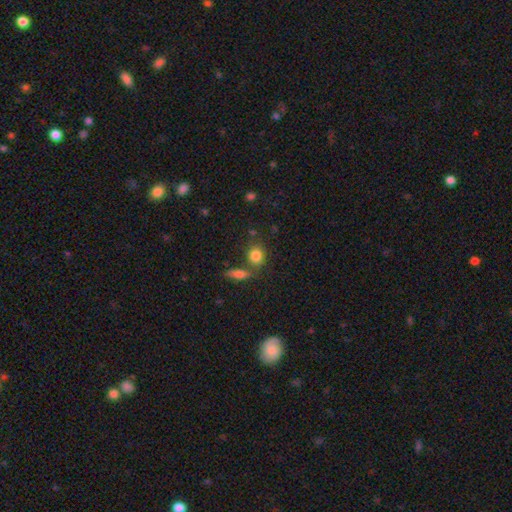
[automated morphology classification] Smooth or featured? Predicted: smooth (p=0.83). How rounded? Predicted: round (p=0.63). Merging? Predicted: none (p=0.65).